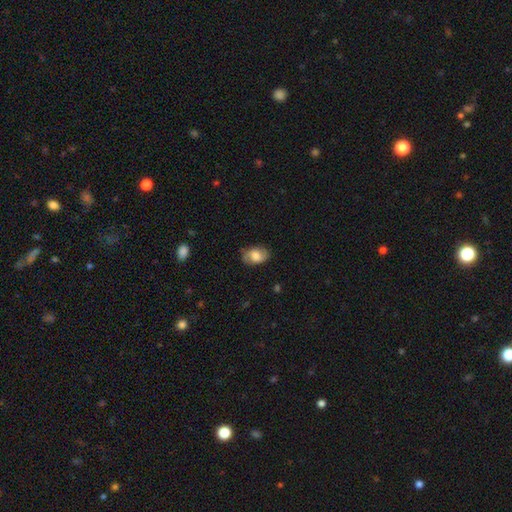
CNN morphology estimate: A smooth galaxy with no disk features (67%) that is in between round and cigar-shaped (85%). Merging: none (73%).